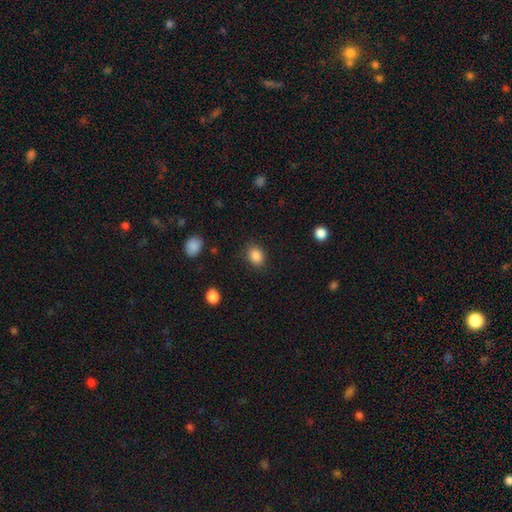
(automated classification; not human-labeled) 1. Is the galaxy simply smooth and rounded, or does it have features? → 87% smooth, 9% star or artifact, 4% featured or disk.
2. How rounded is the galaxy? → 55% in between, 44% round, 1% cigar-shaped.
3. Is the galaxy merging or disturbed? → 82% none, 12% minor disturbance, 4% major disturbance, 1% merger.